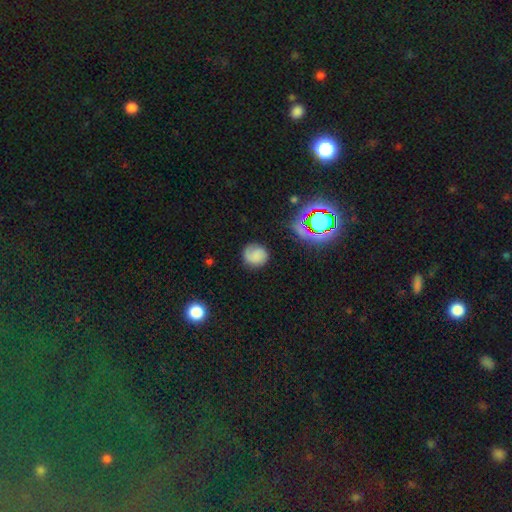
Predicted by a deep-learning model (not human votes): Morphology: type=smooth (61%); roundness=round (84%); merging=none (71%).